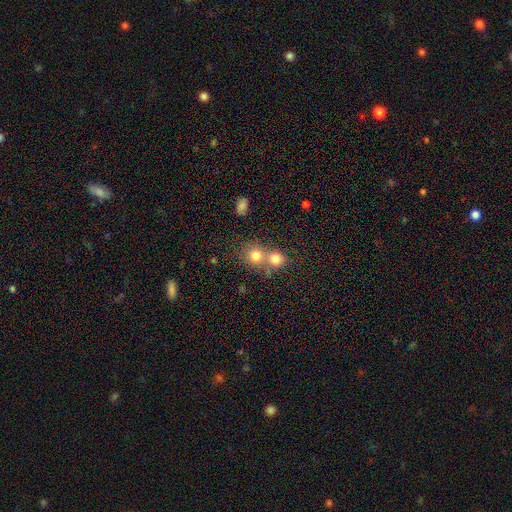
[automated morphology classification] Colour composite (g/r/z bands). It shows a smooth galaxy with no disk features (78%) that is round (83%). Merging: merger (50%).